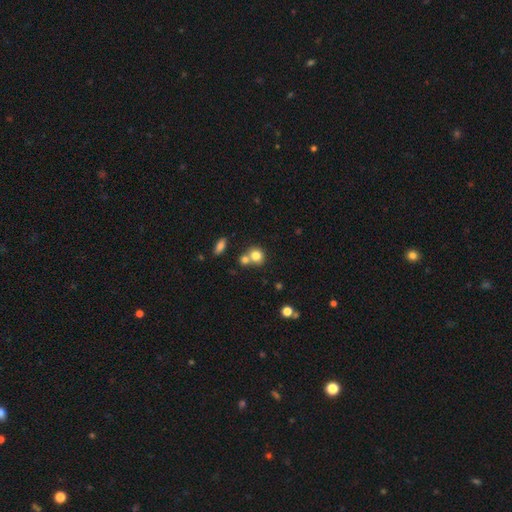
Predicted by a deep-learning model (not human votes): A smooth galaxy with no disk features (79%) that is round (79%). Merging: none (49%).